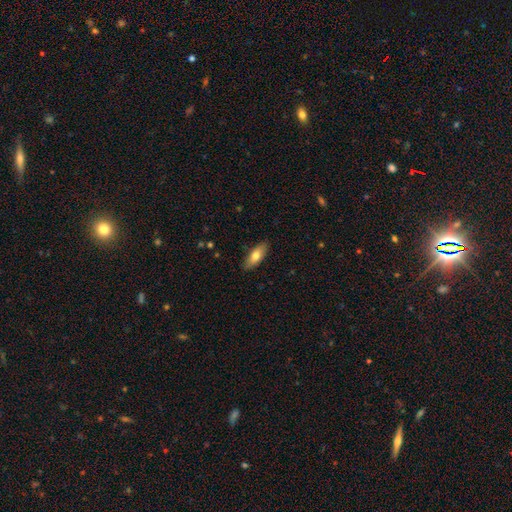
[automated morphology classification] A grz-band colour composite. It shows a smooth galaxy with no disk features (73%) that is in between round and cigar-shaped (72%). Merging: none (87%).